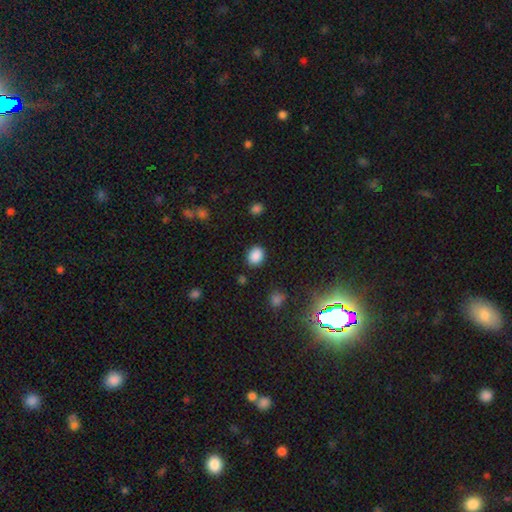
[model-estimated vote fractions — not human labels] Q: Smooth or featured?
A: smooth (86%); runner-up: star or artifact (10%)
Q: How rounded?
A: in between (51%); runner-up: round (48%)
Q: Merging?
A: none (86%); runner-up: minor disturbance (10%)